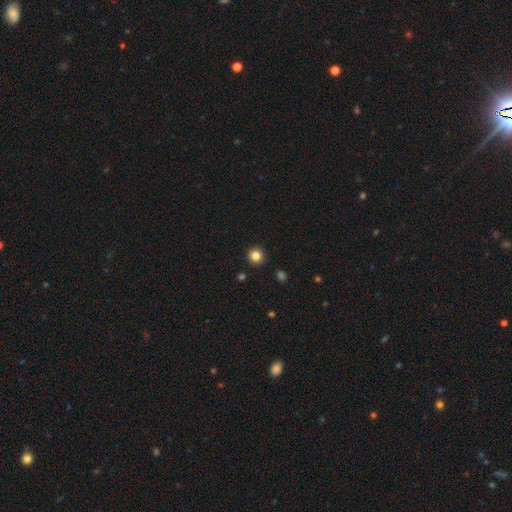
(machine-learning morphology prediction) This appears to be a smooth galaxy with no disk features (84%) that is round (95%). Merging: none (93%).